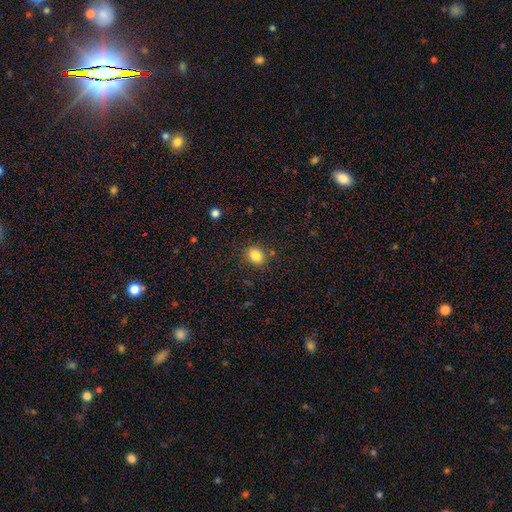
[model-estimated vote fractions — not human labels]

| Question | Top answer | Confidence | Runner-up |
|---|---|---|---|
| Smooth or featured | smooth | 84% | star or artifact (10%) |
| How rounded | round | 50% | in between (49%) |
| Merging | none | 83% | minor disturbance (11%) |